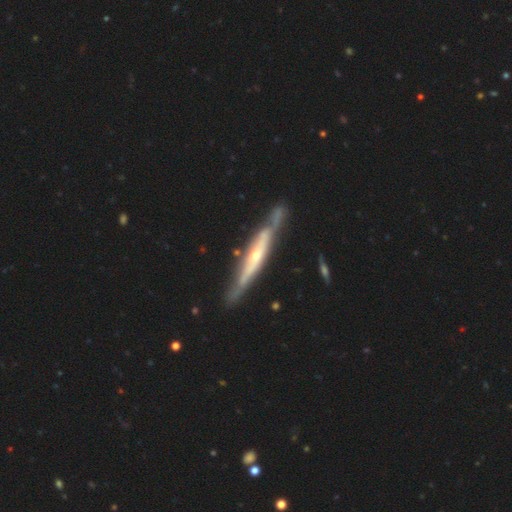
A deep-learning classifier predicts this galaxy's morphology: type=featured or disk (78%); edge-on=yes (81%); edge-on bulge=rounded (62%); merging=none (73%).